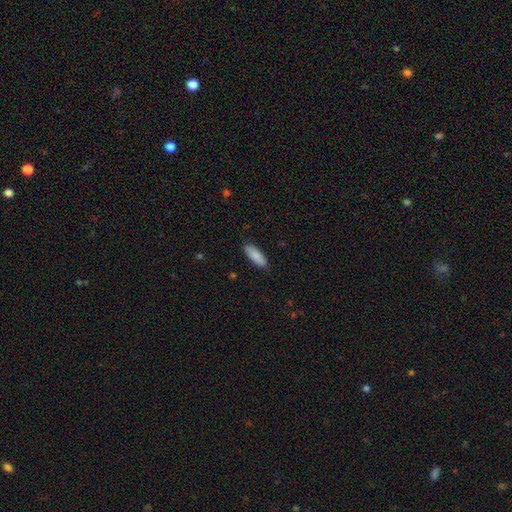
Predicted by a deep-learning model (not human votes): A smooth galaxy with no disk features (88%) that is in between round and cigar-shaped (63%).

Vote fractions:
- Smooth or featured? smooth: 88% / featured or disk: 7% / star or artifact: 6%
- How rounded? in between: 63% / cigar-shaped: 35% / round: 2%
- Merging? none: 87% / minor disturbance: 10% / major disturbance: 2% / merger: 1%